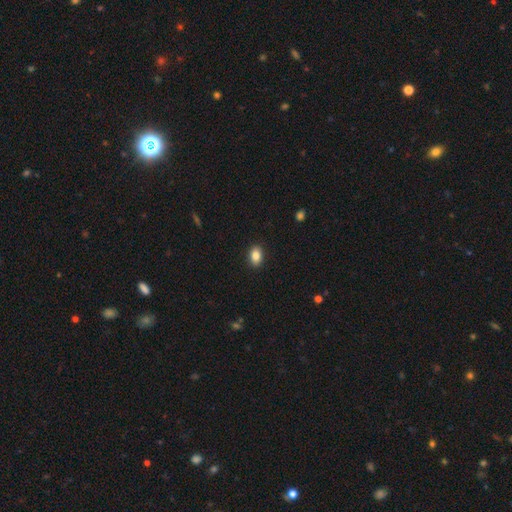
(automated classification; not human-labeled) Smooth or featured? smooth (86%)
How rounded? in between (81%)
Merging? none (90%)